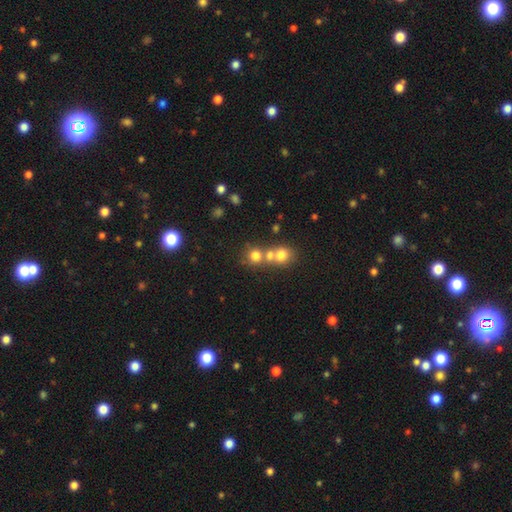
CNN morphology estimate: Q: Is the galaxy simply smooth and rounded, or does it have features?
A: smooth — 73%.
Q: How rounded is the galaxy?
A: round — 84%.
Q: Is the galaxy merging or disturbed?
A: merger — 52%.